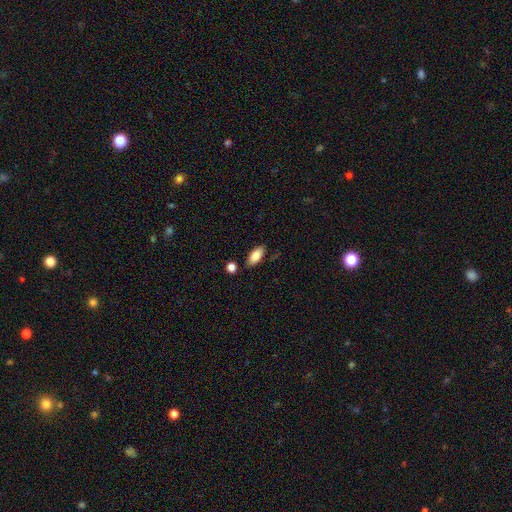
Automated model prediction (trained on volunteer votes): Morphology: type=smooth (85%); roundness=in between (89%); merging=none (82%).